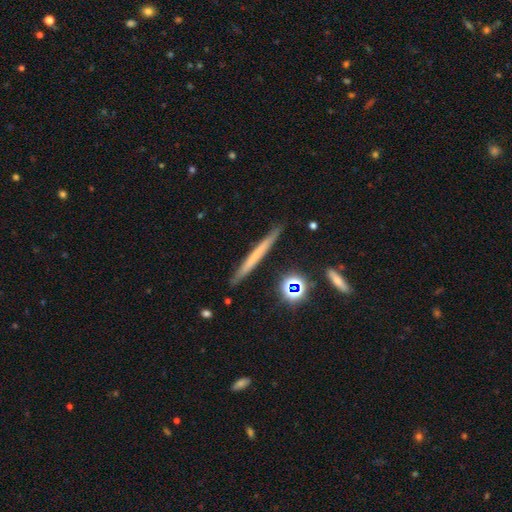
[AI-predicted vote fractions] This appears to be a smooth galaxy with no disk features (47%). Merging: none (89%).